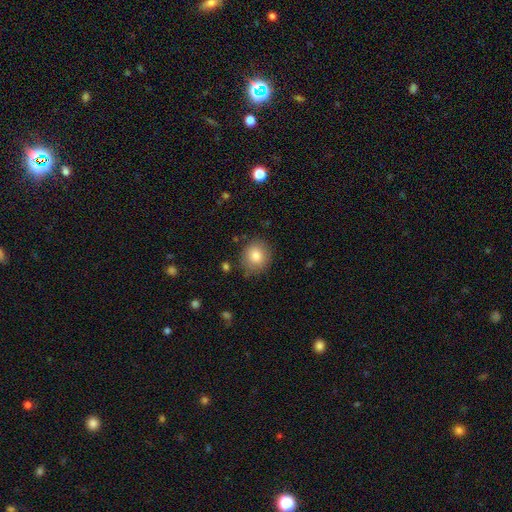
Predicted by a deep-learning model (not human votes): Overall: smooth (82%). How rounded: round (80%). Merging: none (83%).